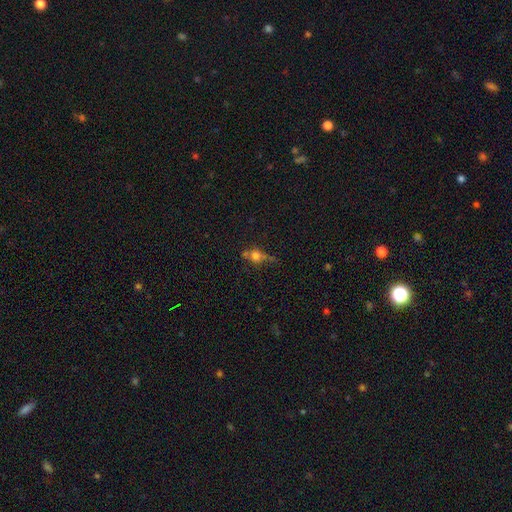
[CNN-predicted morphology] A smooth galaxy with no disk features (66%) that is round (80%).

Vote fractions:
- Smooth or featured? smooth: 66% / star or artifact: 19% / featured or disk: 15%
- How rounded? round: 80% / in between: 18% / cigar-shaped: 2%
- Merging? none: 49% / merger: 26% / minor disturbance: 16% / major disturbance: 9%